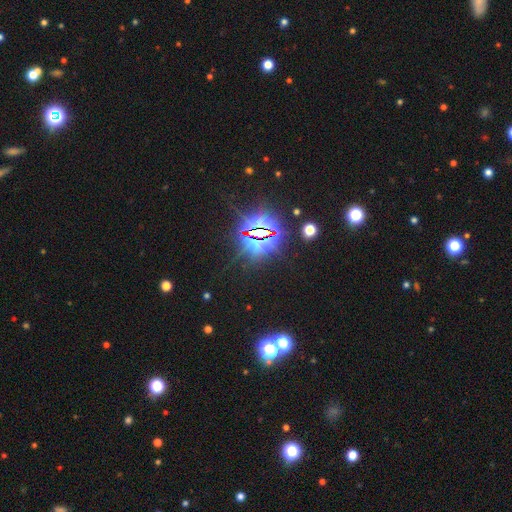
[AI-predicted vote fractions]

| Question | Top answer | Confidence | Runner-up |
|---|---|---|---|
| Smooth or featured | star or artifact | 84% | smooth (10%) |